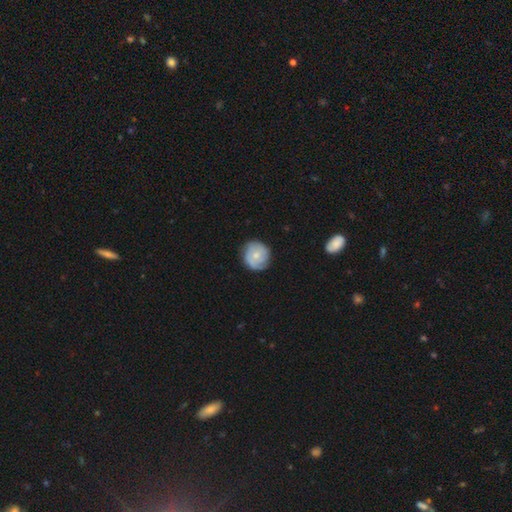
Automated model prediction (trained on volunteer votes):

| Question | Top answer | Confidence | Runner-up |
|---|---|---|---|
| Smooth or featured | featured or disk | 57% | smooth (37%) |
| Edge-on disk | no | 98% | yes (2%) |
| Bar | no | 75% | weak (22%) |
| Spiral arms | yes | 85% | no (15%) |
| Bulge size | small | 50% | moderate (45%) |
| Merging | none | 79% | minor disturbance (16%) |